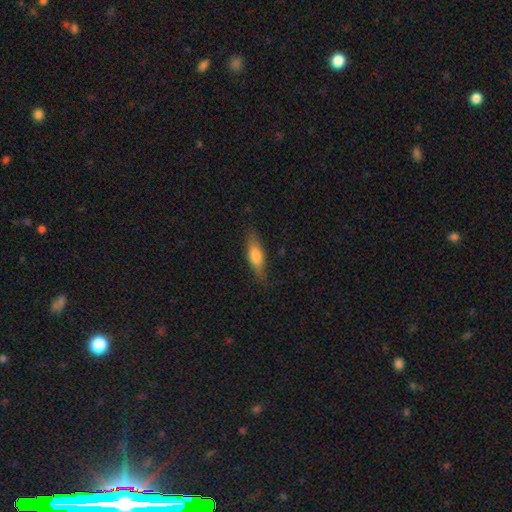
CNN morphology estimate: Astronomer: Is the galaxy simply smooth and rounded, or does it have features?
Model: smooth — 71%.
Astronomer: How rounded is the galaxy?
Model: in between — 53% (runner-up: cigar-shaped, 44%).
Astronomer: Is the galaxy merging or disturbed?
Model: none — 80%.